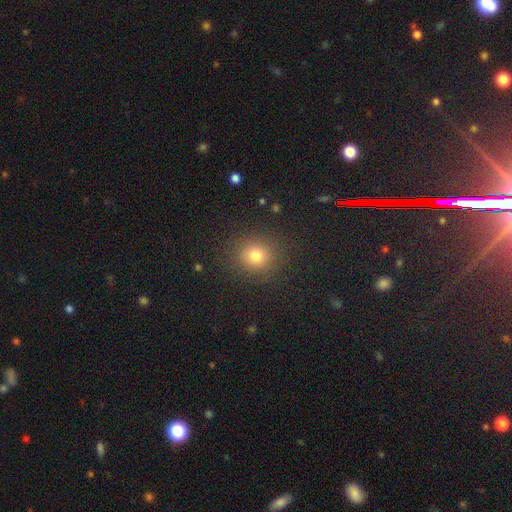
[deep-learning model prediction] Smooth or featured? Predicted: smooth (p=0.76). How rounded? Predicted: round (p=0.87). Merging? Predicted: none (p=0.88).